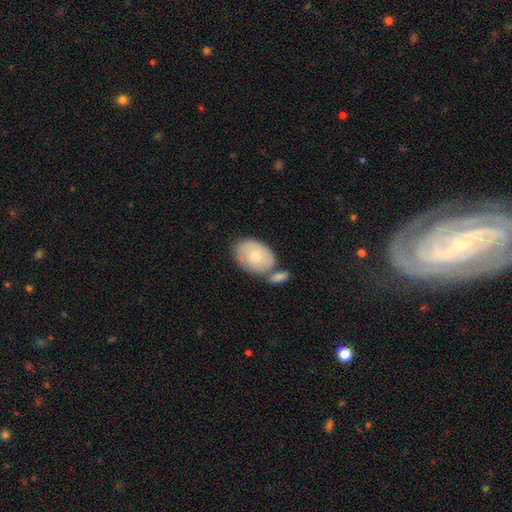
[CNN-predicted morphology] smooth-or-featured: smooth: 71% | featured or disk: 24% | star or artifact: 5%
  how-rounded: in between: 85% | round: 13% | cigar-shaped: 1%
  merging: none: 46% | merger: 30% | minor disturbance: 18% | major disturbance: 6%